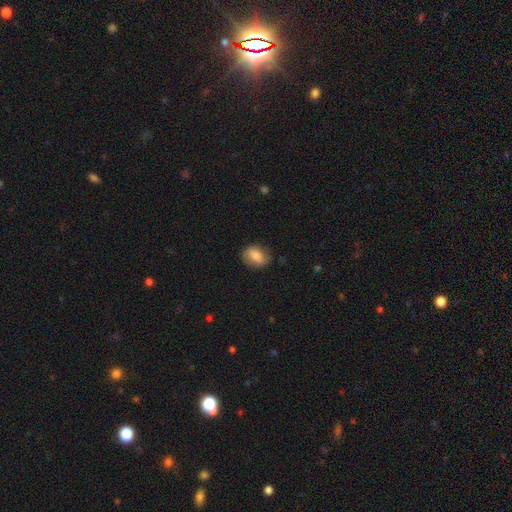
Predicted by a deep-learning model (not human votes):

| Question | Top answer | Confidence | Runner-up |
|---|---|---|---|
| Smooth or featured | smooth | 79% | featured or disk (13%) |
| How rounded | in between | 68% | round (31%) |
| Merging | none | 77% | minor disturbance (18%) |